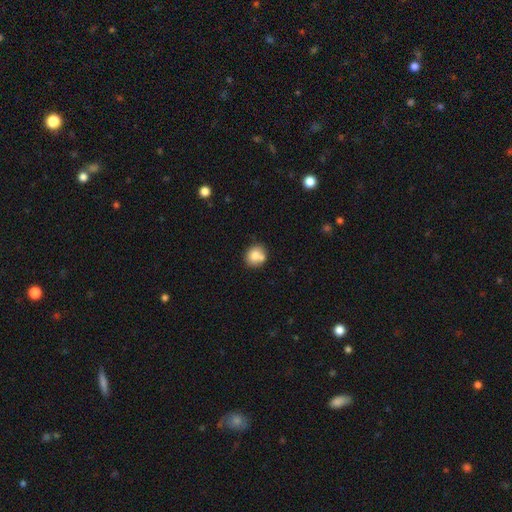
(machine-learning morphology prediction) smooth_or_featured: smooth (p=0.78) [alt: featured or disk p=0.13]
how_rounded: round (p=0.83) [alt: in between p=0.16]
merging: none (p=0.62) [alt: merger p=0.21]